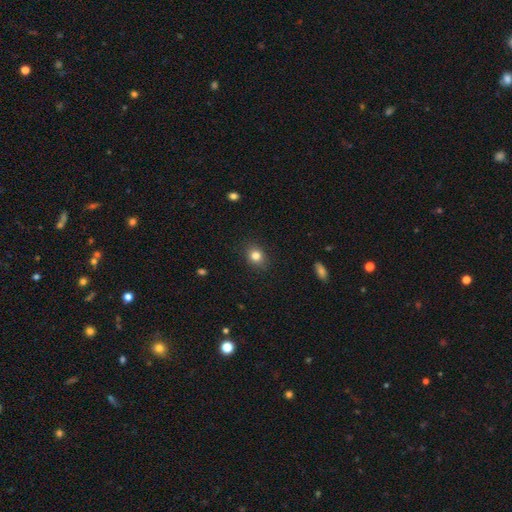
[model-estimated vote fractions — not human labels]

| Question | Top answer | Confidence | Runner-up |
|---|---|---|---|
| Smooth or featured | smooth | 82% | star or artifact (11%) |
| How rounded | round | 62% | in between (37%) |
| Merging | none | 88% | minor disturbance (9%) |